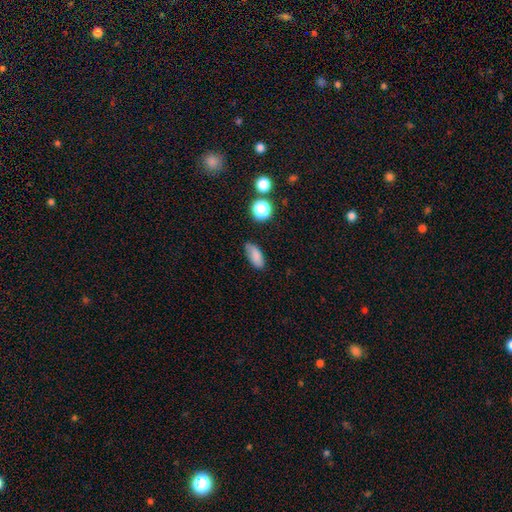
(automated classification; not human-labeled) Smooth or featured? Predicted: smooth (p=0.82). How rounded? Predicted: in between (p=0.83). Merging? Predicted: none (p=0.74).